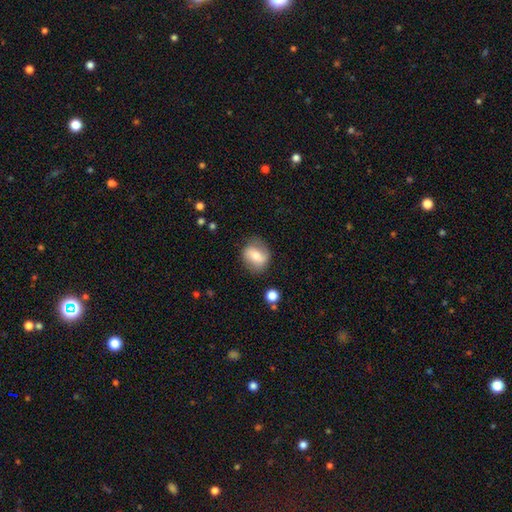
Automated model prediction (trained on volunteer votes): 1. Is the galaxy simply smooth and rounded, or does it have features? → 59% smooth, 33% featured or disk, 8% star or artifact.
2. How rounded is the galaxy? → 54% round, 44% in between, 2% cigar-shaped.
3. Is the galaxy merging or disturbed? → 73% none, 19% minor disturbance, 7% major disturbance, 2% merger.